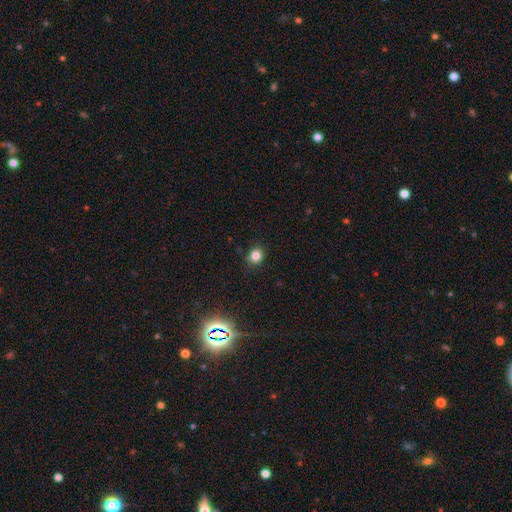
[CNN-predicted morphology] type=smooth (80%); roundness=round (79%); merging=none (86%).